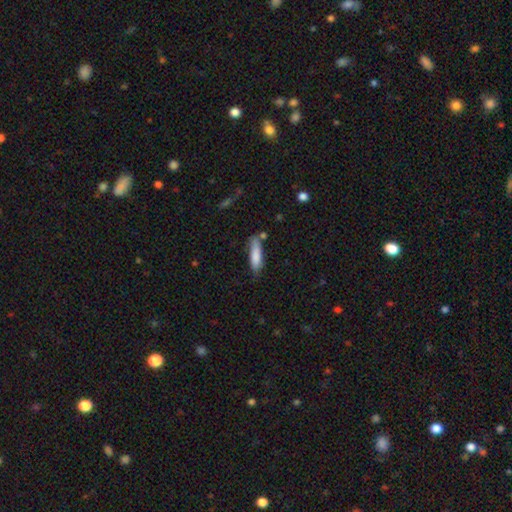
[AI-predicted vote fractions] smooth_or_featured: smooth (p=0.82) [alt: featured or disk p=0.12]
how_rounded: cigar-shaped (p=0.60) [alt: in between p=0.39]
merging: none (p=0.62) [alt: minor disturbance p=0.26]